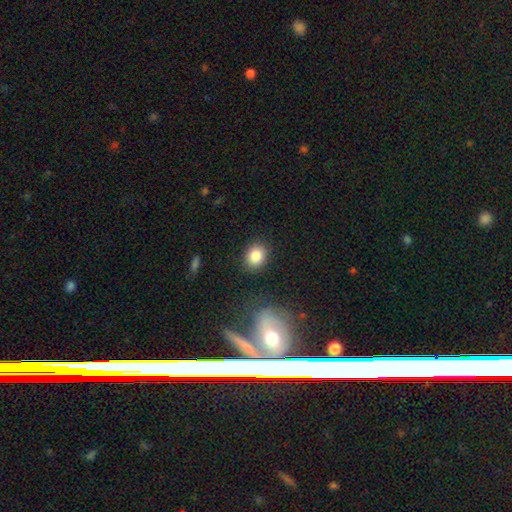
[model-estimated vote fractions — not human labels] smooth-or-featured: smooth: 84% | star or artifact: 10% | featured or disk: 6%
  how-rounded: round: 62% | in between: 37% | cigar-shaped: 1%
  merging: none: 87% | minor disturbance: 9% | major disturbance: 3% | merger: 2%